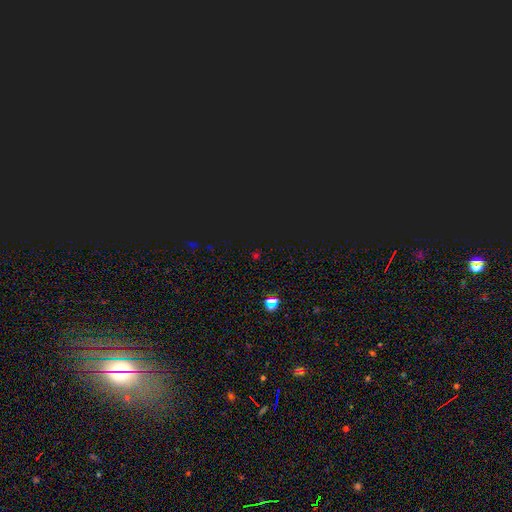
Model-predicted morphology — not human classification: star or artifact 73%, smooth 21%, featured or disk 6%.